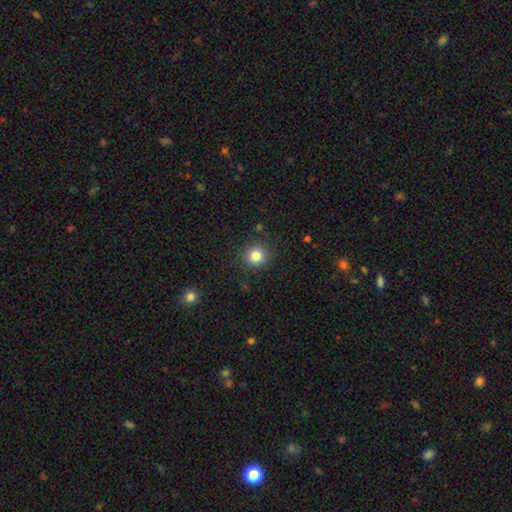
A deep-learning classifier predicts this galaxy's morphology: The model was most divided on "smooth or featured": smooth: 82%, star or artifact: 12%, featured or disk: 6%. More confident: how rounded — round (93%); merging — none (89%).